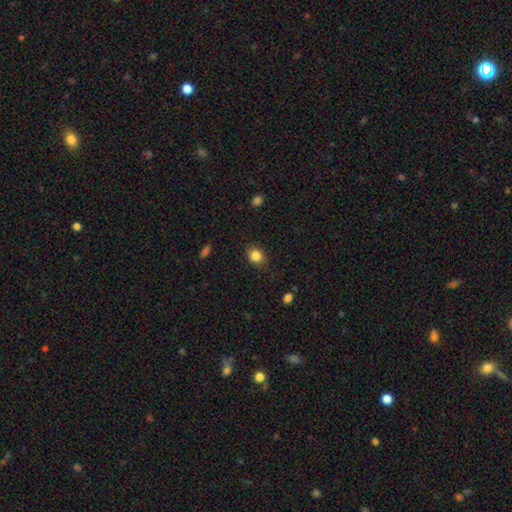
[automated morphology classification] smooth_or_featured: smooth (p=0.85) [alt: star or artifact p=0.10]
how_rounded: round (p=0.58) [alt: in between p=0.41]
merging: none (p=0.81) [alt: minor disturbance p=0.15]